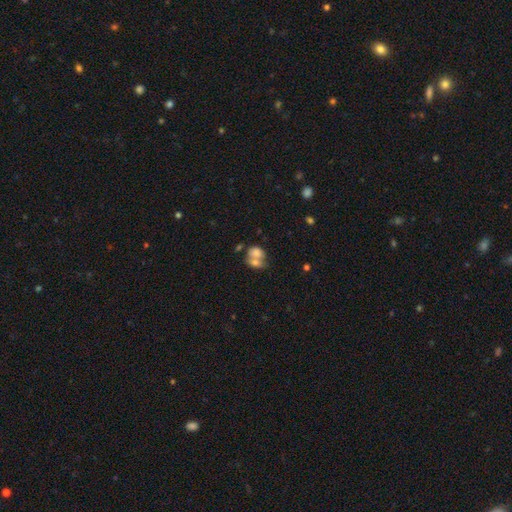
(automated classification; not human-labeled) Smooth or featured? Predicted: smooth (p=0.71). How rounded? Predicted: in between (p=0.60). Merging? Predicted: merger (p=0.66).